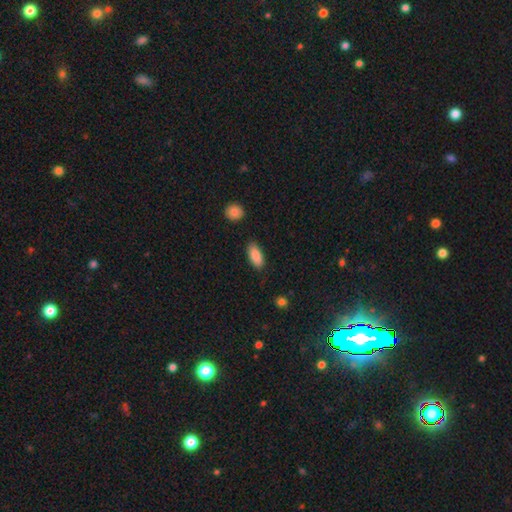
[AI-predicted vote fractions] A smooth galaxy with no disk features (89%) that is in between round and cigar-shaped (89%).

Vote fractions:
- Smooth or featured? smooth: 89% / star or artifact: 6% / featured or disk: 5%
- How rounded? in between: 89% / cigar-shaped: 9% / round: 2%
- Merging? none: 85% / minor disturbance: 11% / major disturbance: 2% / merger: 2%